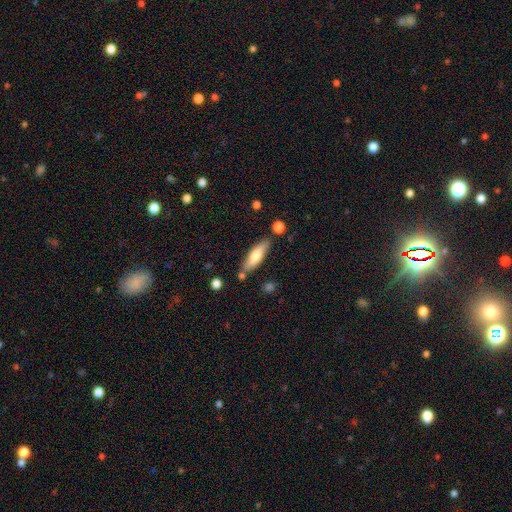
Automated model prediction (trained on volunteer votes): Morphology: type=smooth (68%); roundness=cigar-shaped (54%); merging=none (78%).